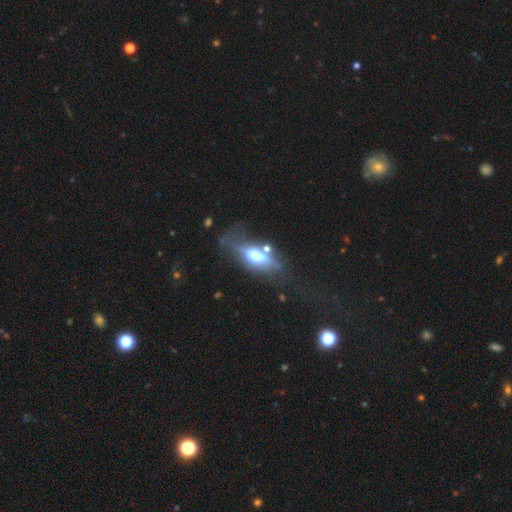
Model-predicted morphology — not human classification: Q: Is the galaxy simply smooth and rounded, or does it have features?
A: featured or disk — 47%.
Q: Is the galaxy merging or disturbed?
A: none — 40%.